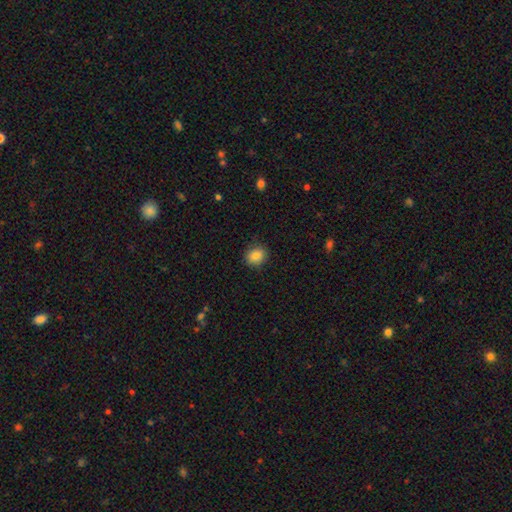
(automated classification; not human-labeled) Overall: smooth (85%). How rounded: round (66%; in between 33%). Merging: none (87%).